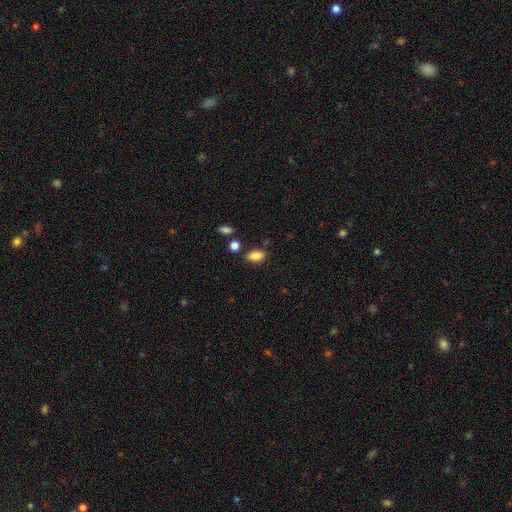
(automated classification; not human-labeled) A smooth galaxy with no disk features (86%) that is in between round and cigar-shaped (89%).

Vote fractions:
- Smooth or featured? smooth: 86% / star or artifact: 9% / featured or disk: 6%
- How rounded? in between: 89% / round: 7% / cigar-shaped: 4%
- Merging? none: 79% / minor disturbance: 12% / merger: 6% / major disturbance: 3%